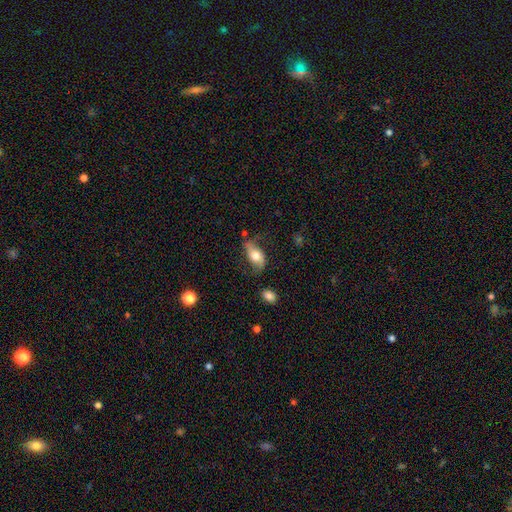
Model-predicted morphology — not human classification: Smooth or featured: smooth — 50% (featured or disk — 43%)
How rounded: in between — 87% (cigar-shaped — 8%)
Merging: none — 55% (minor disturbance — 28%)